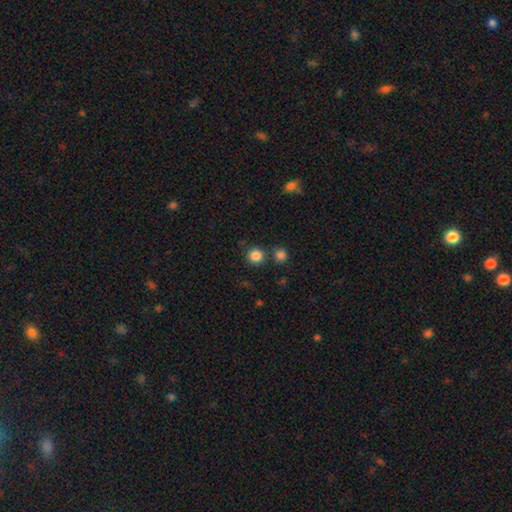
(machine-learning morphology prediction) Smooth or featured? smooth (84%)
How rounded? round (92%)
Merging? none (78%)